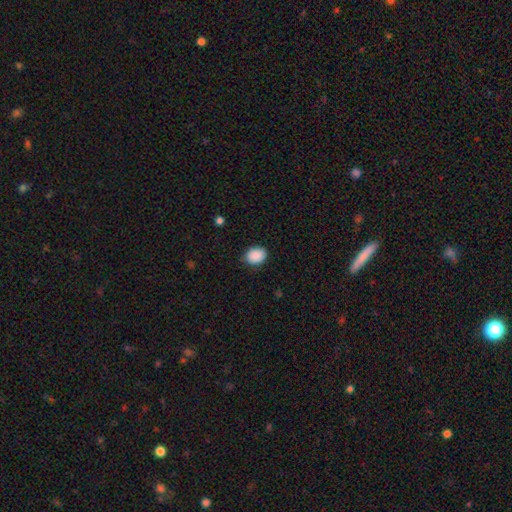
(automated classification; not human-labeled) The model was most divided on "how rounded": in between: 58%, round: 41%, cigar-shaped: 1%. More confident: smooth or featured — smooth (90%); merging — none (84%).